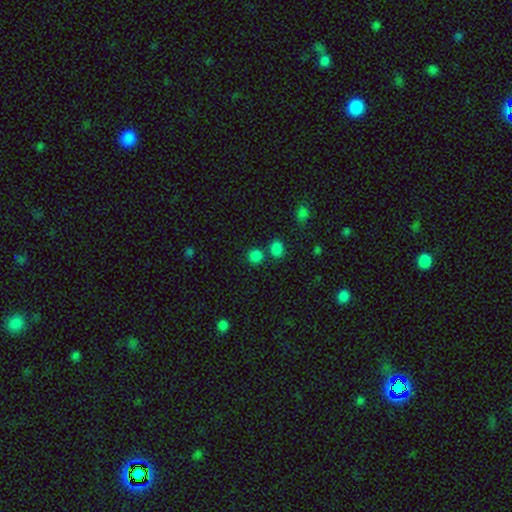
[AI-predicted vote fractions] Smooth or featured? Predicted: smooth (p=0.81). How rounded? Predicted: round (p=0.84). Merging? Predicted: none (p=0.72).